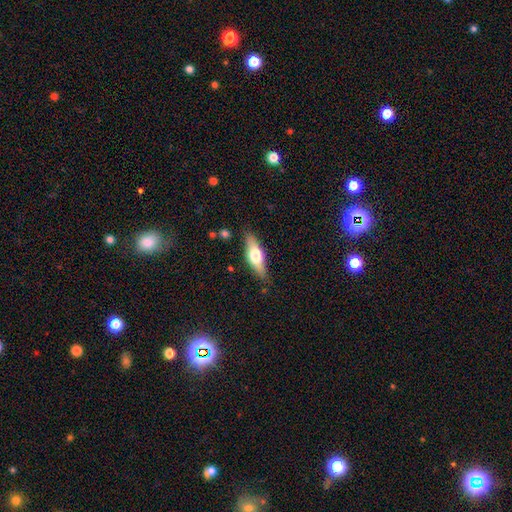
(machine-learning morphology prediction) smooth 49%, featured or disk 45%, star or artifact 6%. Down the decision tree: merging — none (81%).